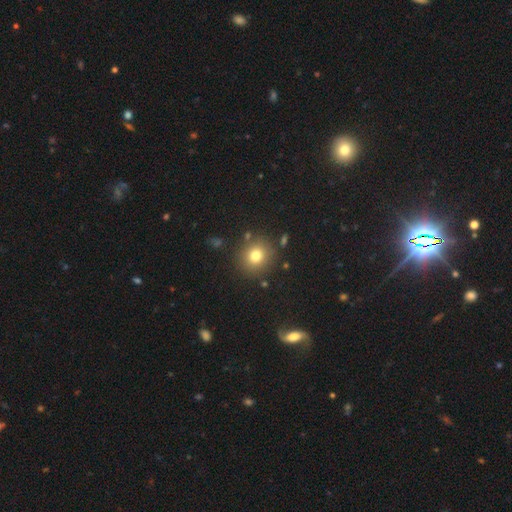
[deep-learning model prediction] The model was most divided on "smooth or featured": smooth: 77%, star or artifact: 14%, featured or disk: 9%. More confident: how rounded — round (88%); merging — none (86%).